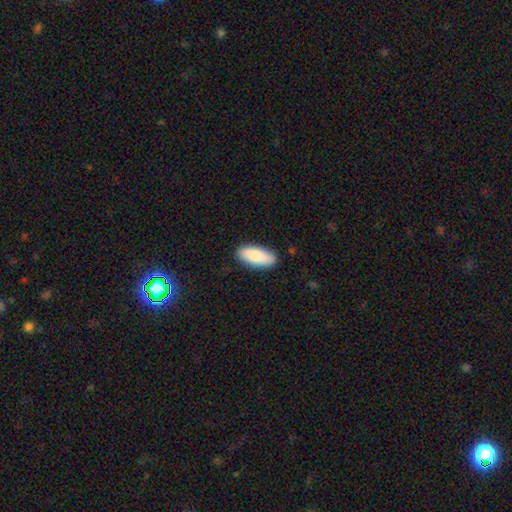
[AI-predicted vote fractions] Smooth or featured?
  - smooth: 85% *
  - featured or disk: 10%
  - star or artifact: 5%
How rounded?
  - in between: 84% *
  - cigar-shaped: 14%
  - round: 2%
Merging?
  - none: 88% *
  - minor disturbance: 9%
  - major disturbance: 2%
  - merger: 1%